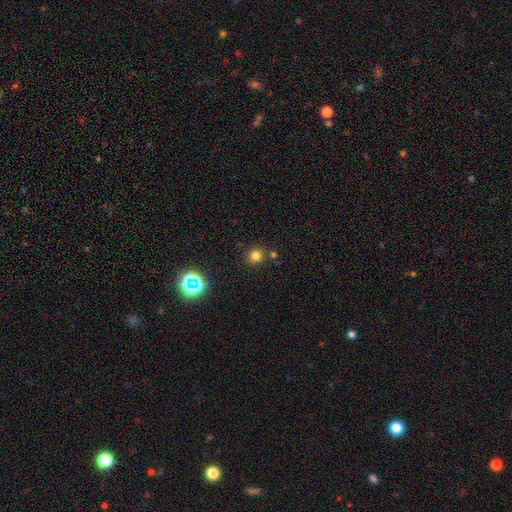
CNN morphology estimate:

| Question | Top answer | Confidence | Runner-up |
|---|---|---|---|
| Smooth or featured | smooth | 76% | star or artifact (18%) |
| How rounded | round | 91% | in between (8%) |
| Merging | none | 80% | merger (9%) |